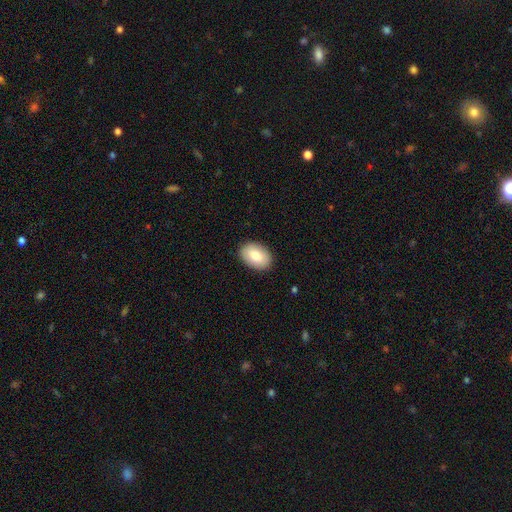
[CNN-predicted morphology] smooth-or-featured: smooth: 83% | featured or disk: 11% | star or artifact: 6%
  how-rounded: in between: 88% | round: 11% | cigar-shaped: 1%
  merging: none: 89% | minor disturbance: 8% | major disturbance: 2% | merger: 1%